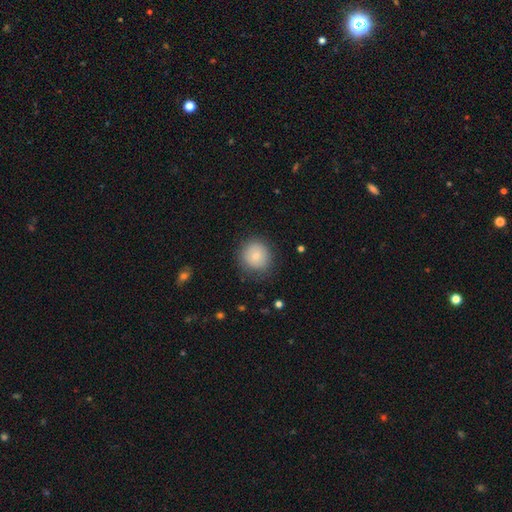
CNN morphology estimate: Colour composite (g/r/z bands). It shows a smooth galaxy with no disk features (78%) that is round (90%). Merging: none (81%).